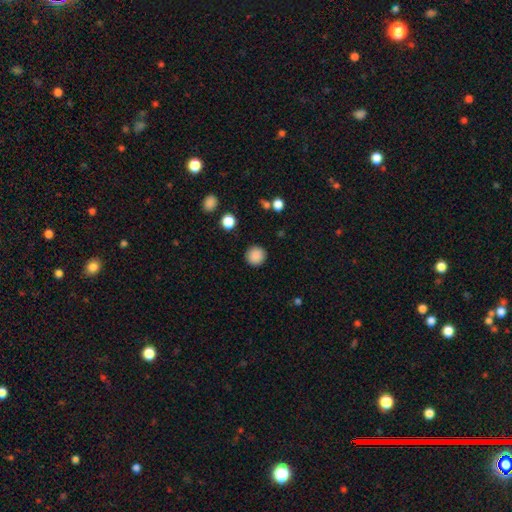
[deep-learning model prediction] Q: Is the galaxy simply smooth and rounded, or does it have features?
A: smooth — 88%.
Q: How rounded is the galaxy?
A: round — 94%.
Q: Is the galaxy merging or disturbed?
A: none — 91%.